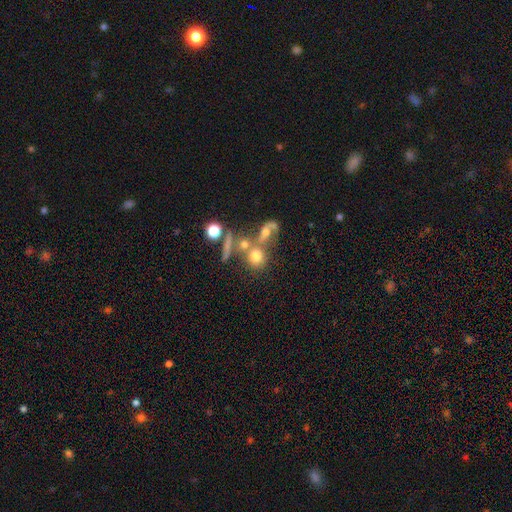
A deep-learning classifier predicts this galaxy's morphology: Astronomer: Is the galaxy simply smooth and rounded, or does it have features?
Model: smooth — 63%.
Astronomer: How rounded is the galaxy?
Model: round — 70%.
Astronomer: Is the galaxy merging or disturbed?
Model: merger — 42% (runner-up: none, 39%).